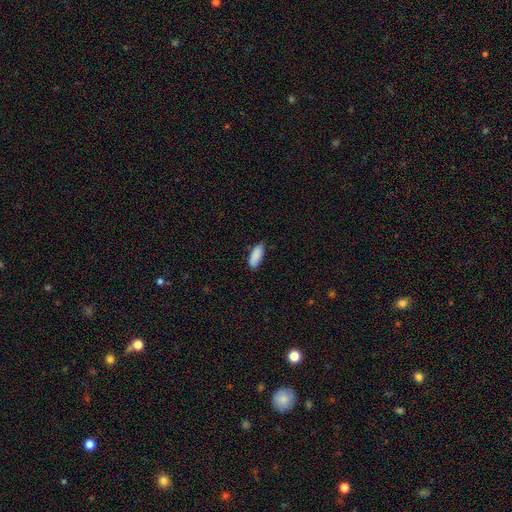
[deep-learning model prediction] smooth_or_featured: smooth (p=0.89) [alt: star or artifact p=0.06]
how_rounded: in between (p=0.76) [alt: cigar-shaped p=0.22]
merging: none (p=0.77) [alt: minor disturbance p=0.19]